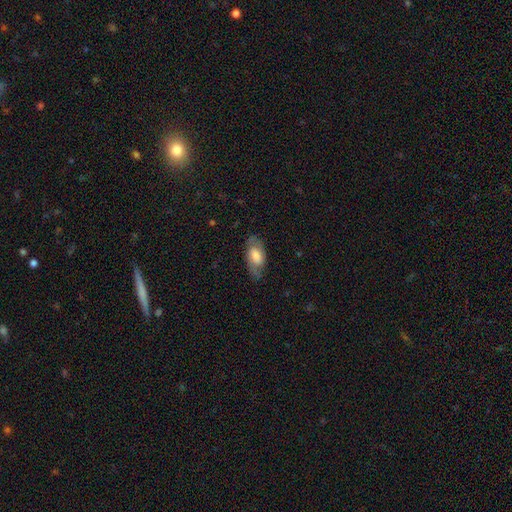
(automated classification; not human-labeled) This is possibly a smooth galaxy (47%). Merging: likely none (72%).